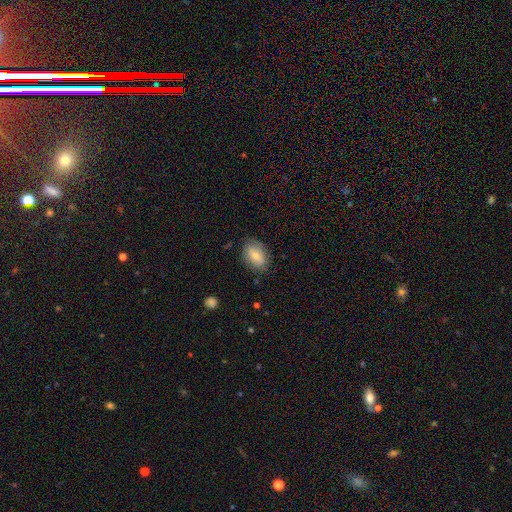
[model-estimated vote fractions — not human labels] Smooth or featured: smooth — 72% (featured or disk — 20%)
How rounded: in between — 83% (round — 15%)
Merging: none — 80% (minor disturbance — 15%)